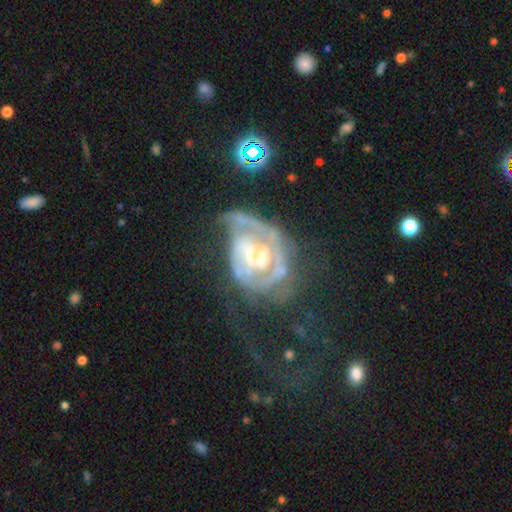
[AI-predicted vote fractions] Smooth or featured: featured or disk — 82% (smooth — 10%)
Edge-on disk: no — 97% (yes — 3%)
Bar: no — 55% (weak — 33%)
Spiral arms: yes — 81% (no — 19%)
Spiral winding: tight — 50% (medium — 35%)
Spiral arm count: 2 — 37% (can't tell — 30%)
Bulge size: moderate — 44% (small — 36%)
Merging: major disturbance — 39% (none — 33%)